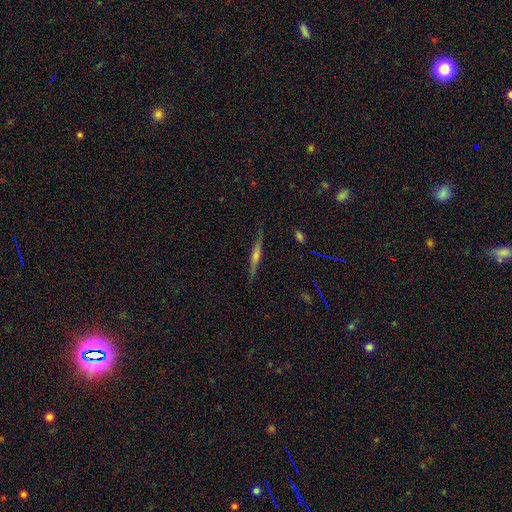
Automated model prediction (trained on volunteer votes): Overall: featured or disk (68%). Edge-on disk: yes (97%). Edge-on bulge: rounded (68%). Merging: none (89%).